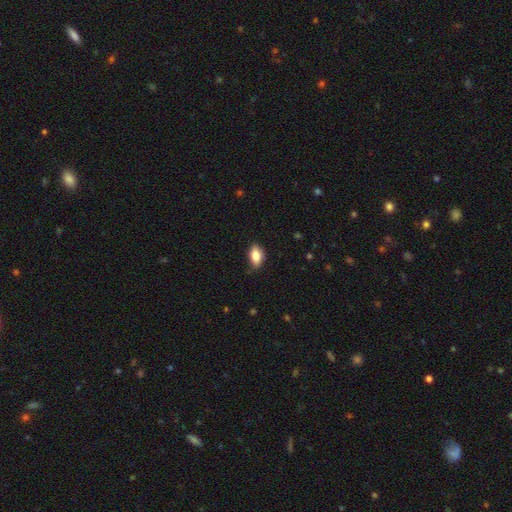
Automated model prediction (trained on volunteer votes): Q: Smooth or featured?
A: smooth (81%); runner-up: featured or disk (11%)
Q: How rounded?
A: in between (88%); runner-up: round (9%)
Q: Merging?
A: none (68%); runner-up: minor disturbance (26%)